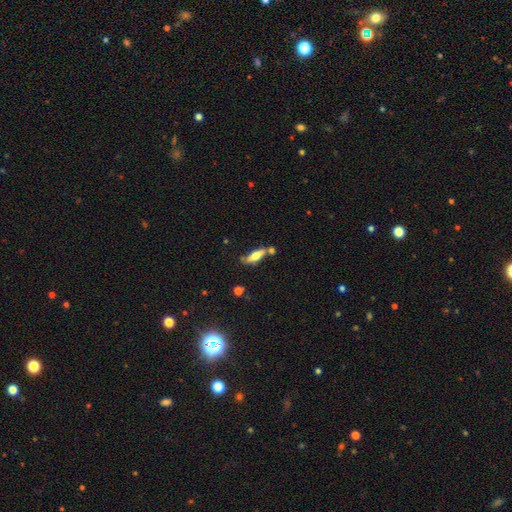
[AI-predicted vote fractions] A smooth galaxy with no disk features (54%) that is cigar-shaped (56%). Merging: none (64%).